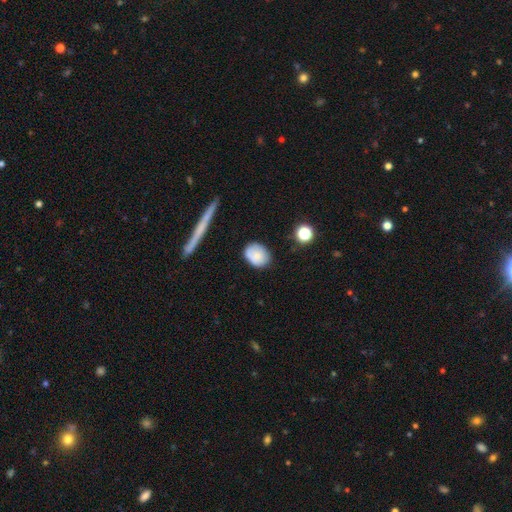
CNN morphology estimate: Smooth or featured? Predicted: smooth (p=0.77). How rounded? Predicted: in between (p=0.57). Merging? Predicted: none (p=0.74).